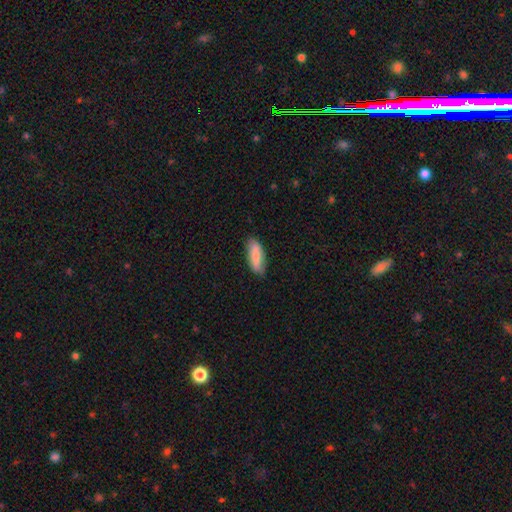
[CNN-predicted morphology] smooth_or_featured: smooth (p=0.80) [alt: featured or disk p=0.15]
how_rounded: in between (p=0.66) [alt: cigar-shaped p=0.32]
merging: none (p=0.82) [alt: minor disturbance p=0.15]